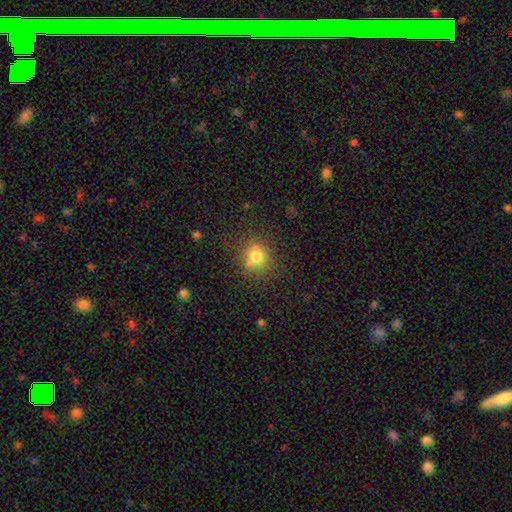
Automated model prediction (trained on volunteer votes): Q: Smooth or featured?
A: smooth (75%); runner-up: star or artifact (15%)
Q: How rounded?
A: round (74%); runner-up: in between (25%)
Q: Merging?
A: none (69%); runner-up: minor disturbance (16%)